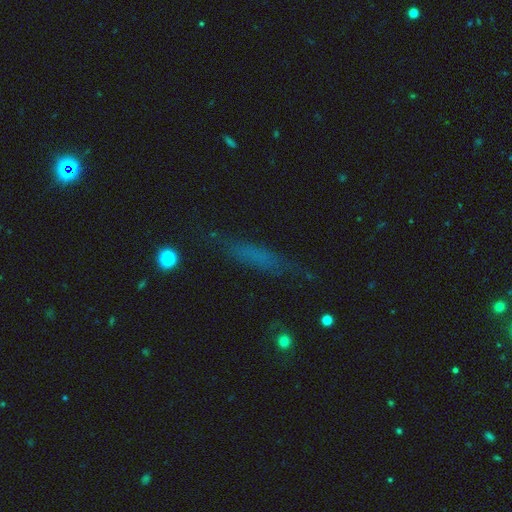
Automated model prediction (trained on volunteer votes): Smooth or featured?
  - smooth: 51% *
  - featured or disk: 32%
  - star or artifact: 17%
How rounded?
  - cigar-shaped: 84% *
  - in between: 13%
  - round: 3%
Merging?
  - none: 75% *
  - minor disturbance: 17%
  - major disturbance: 6%
  - merger: 2%